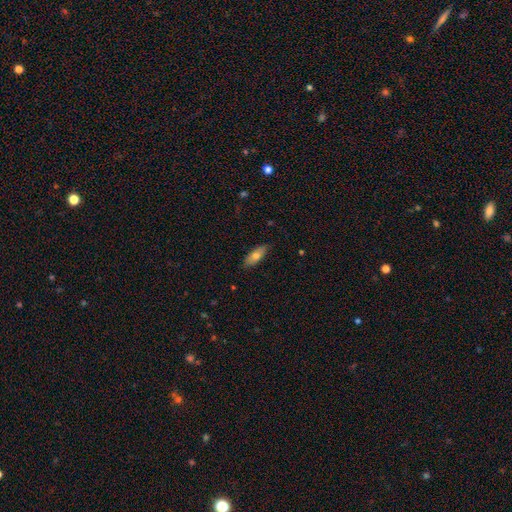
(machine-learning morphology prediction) Smooth or featured?
  - smooth: 71% *
  - featured or disk: 23%
  - star or artifact: 6%
How rounded?
  - in between: 68% *
  - cigar-shaped: 30%
  - round: 2%
Merging?
  - none: 85% *
  - minor disturbance: 12%
  - major disturbance: 2%
  - merger: 1%